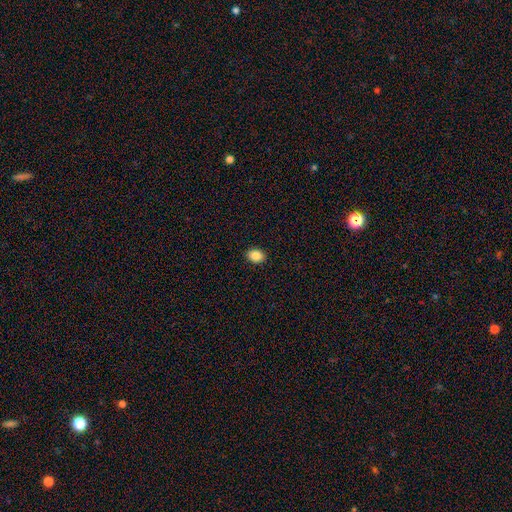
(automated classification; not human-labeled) smooth-or-featured: smooth: 87% | star or artifact: 9% | featured or disk: 4%
  how-rounded: in between: 67% | round: 32% | cigar-shaped: 1%
  merging: none: 91% | minor disturbance: 6% | major disturbance: 2% | merger: 1%